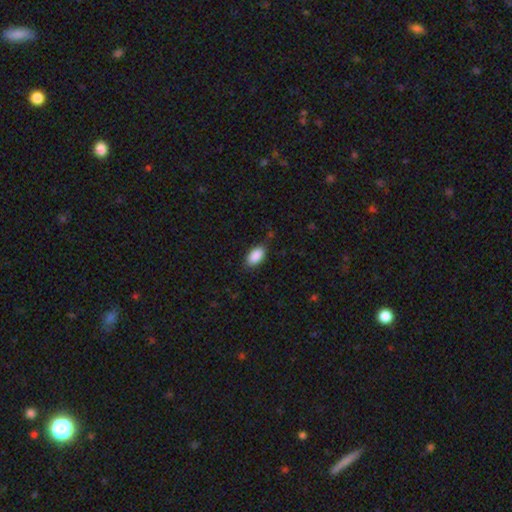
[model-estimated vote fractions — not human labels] Smooth or featured?
  - smooth: 90% *
  - star or artifact: 7%
  - featured or disk: 3%
How rounded?
  - in between: 94% *
  - round: 3%
  - cigar-shaped: 2%
Merging?
  - none: 80% *
  - minor disturbance: 15%
  - major disturbance: 3%
  - merger: 1%